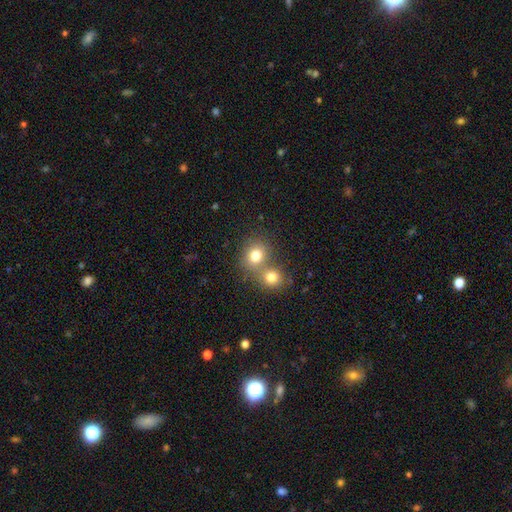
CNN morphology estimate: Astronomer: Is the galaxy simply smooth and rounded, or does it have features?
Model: smooth — 78%.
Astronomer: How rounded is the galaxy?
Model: round — 76%.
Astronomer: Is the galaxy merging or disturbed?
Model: merger — 50% (runner-up: none, 41%).